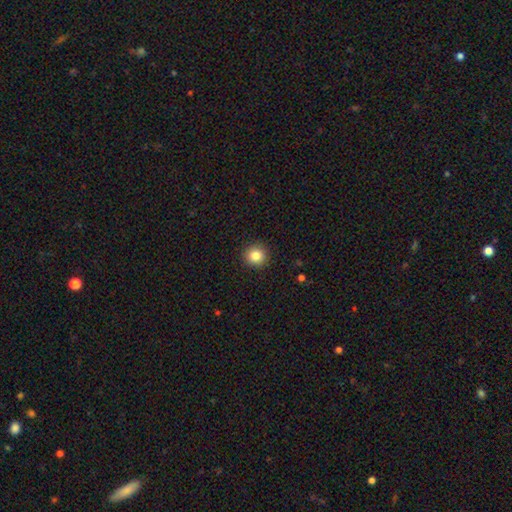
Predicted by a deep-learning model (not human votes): Smooth or featured: smooth — 84% (star or artifact — 10%)
How rounded: round — 94% (in between — 5%)
Merging: none — 92% (minor disturbance — 5%)